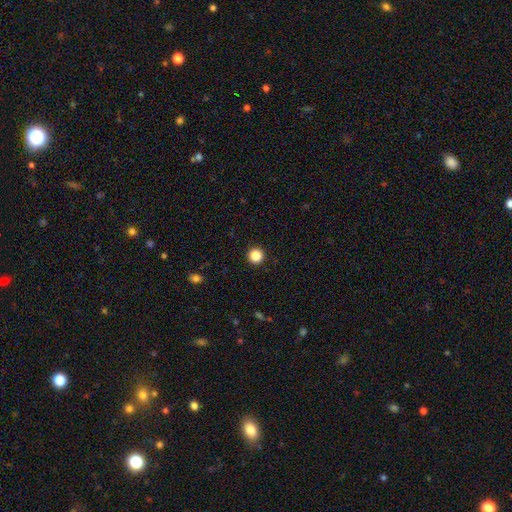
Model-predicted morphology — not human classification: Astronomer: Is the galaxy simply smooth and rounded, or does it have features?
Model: smooth — 87%.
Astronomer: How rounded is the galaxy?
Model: round — 96%.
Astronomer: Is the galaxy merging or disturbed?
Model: none — 93%.